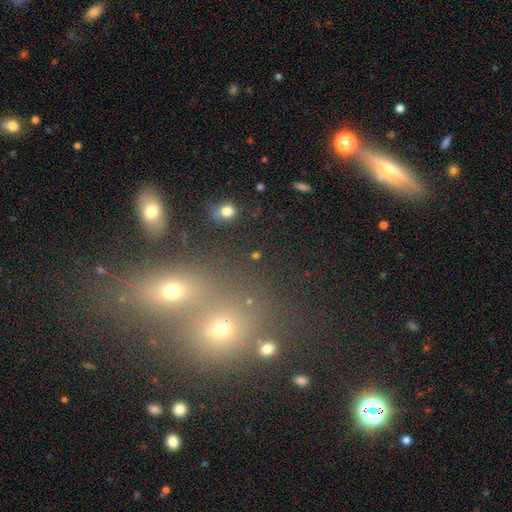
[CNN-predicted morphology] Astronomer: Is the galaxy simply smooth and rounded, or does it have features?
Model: smooth — 61%.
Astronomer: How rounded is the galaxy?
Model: round — 70%.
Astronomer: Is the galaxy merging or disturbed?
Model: none — 76%.